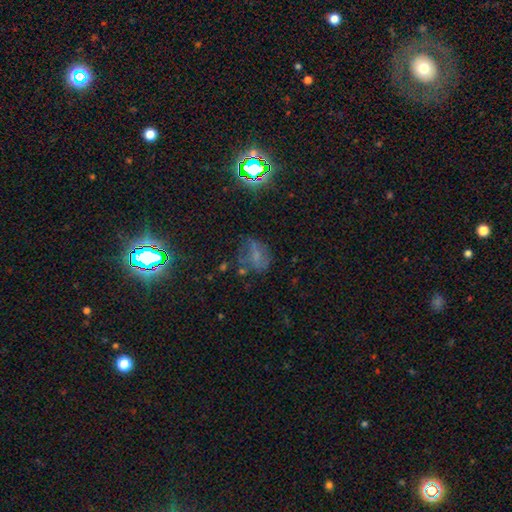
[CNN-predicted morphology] smooth_or_featured: smooth (p=0.38) [alt: star or artifact p=0.32]
merging: none (p=0.49) [alt: minor disturbance p=0.24]